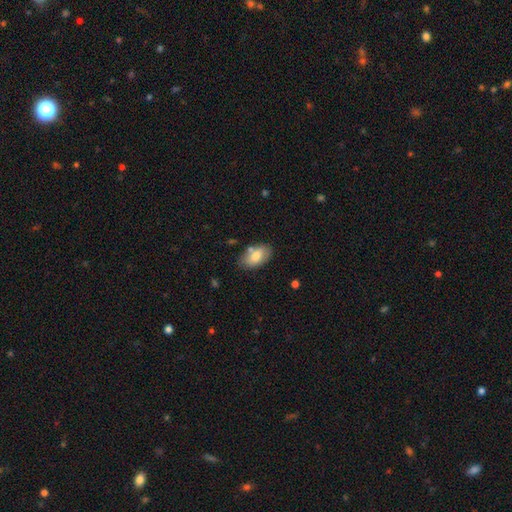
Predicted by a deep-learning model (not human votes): Smooth or featured?
  - smooth: 74% *
  - featured or disk: 19%
  - star or artifact: 7%
How rounded?
  - in between: 93% *
  - round: 5%
  - cigar-shaped: 2%
Merging?
  - none: 73% *
  - minor disturbance: 15%
  - merger: 8%
  - major disturbance: 3%